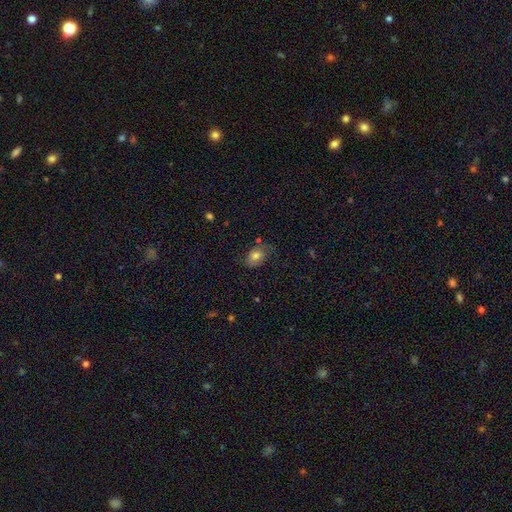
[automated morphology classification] This appears to be a smooth galaxy with no disk features (74%) that is in between round and cigar-shaped (79%). Merging: none (63%).